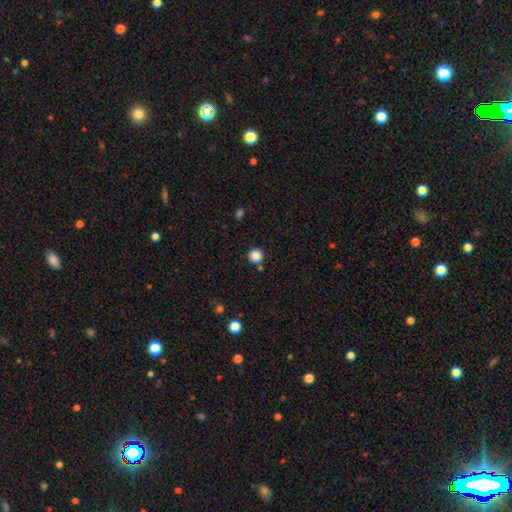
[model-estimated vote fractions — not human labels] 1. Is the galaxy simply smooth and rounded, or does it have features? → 86% smooth, 11% star or artifact, 3% featured or disk.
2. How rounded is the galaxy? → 95% round, 4% in between, 1% cigar-shaped.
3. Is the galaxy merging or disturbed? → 86% none, 7% minor disturbance, 5% merger, 2% major disturbance.